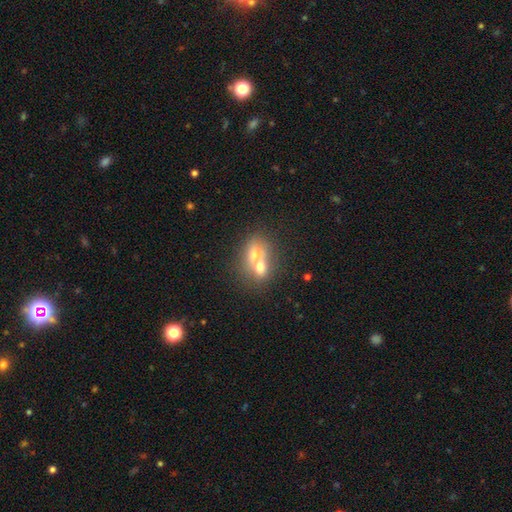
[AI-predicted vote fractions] smooth-or-featured: smooth: 61% | featured or disk: 27% | star or artifact: 11%
  how-rounded: in between: 52% | round: 46% | cigar-shaped: 2%
  merging: merger: 69% | none: 22% | minor disturbance: 6% | major disturbance: 3%